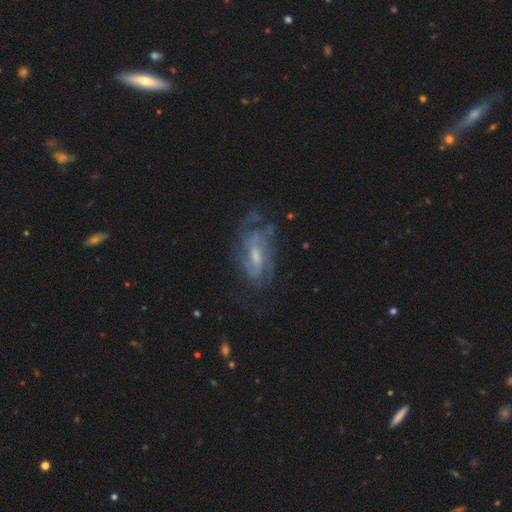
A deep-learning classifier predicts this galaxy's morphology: Smooth or featured? Predicted: featured or disk (p=0.76). Edge-on disk? Predicted: no (p=0.93). Bar? Predicted: weak (p=0.46). Spiral arms? Predicted: yes (p=0.82). Spiral winding? Predicted: medium (p=0.41). Spiral arm count? Predicted: can't tell (p=0.44). Bulge size? Predicted: small (p=0.45). Merging? Predicted: none (p=0.59).